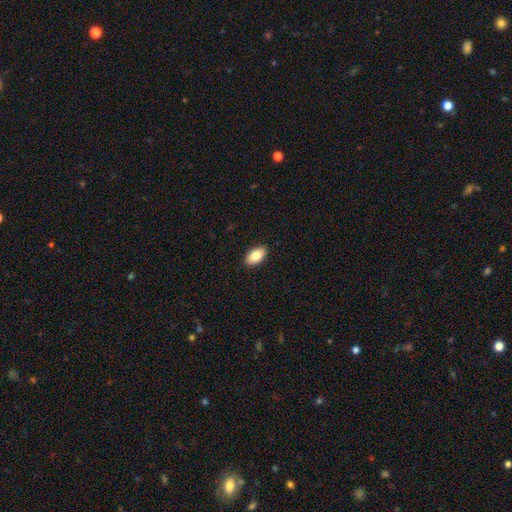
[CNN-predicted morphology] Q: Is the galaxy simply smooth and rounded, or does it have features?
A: smooth — 84%.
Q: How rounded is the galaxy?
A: in between — 94%.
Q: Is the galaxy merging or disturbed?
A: none — 91%.